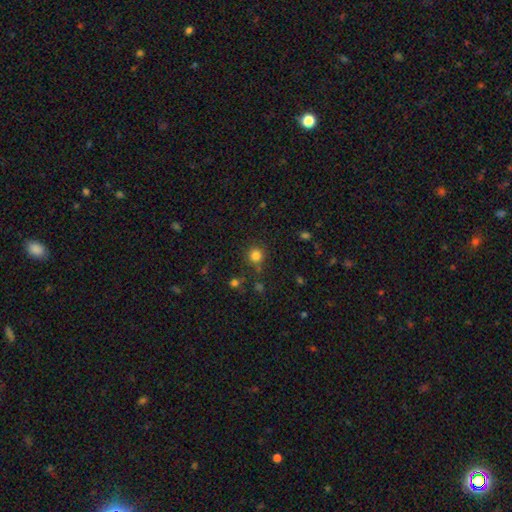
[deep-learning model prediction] Smooth or featured: smooth — 81% (star or artifact — 14%)
How rounded: round — 93% (in between — 6%)
Merging: none — 81% (minor disturbance — 10%)